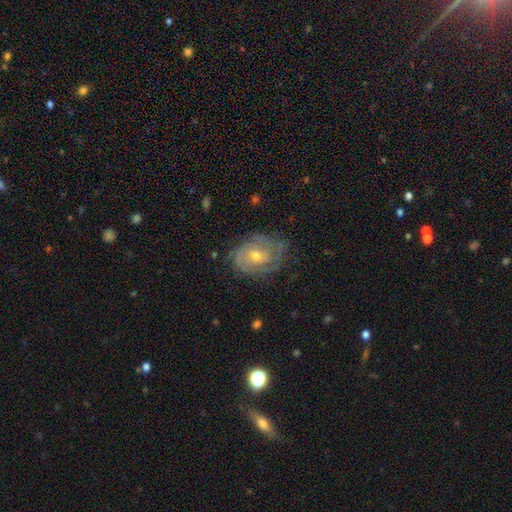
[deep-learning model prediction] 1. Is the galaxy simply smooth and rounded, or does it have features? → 80% featured or disk, 13% smooth, 7% star or artifact.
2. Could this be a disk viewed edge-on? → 97% no, 3% yes.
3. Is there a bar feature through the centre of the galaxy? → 62% no, 32% weak, 5% strong.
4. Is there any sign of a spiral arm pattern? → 93% yes, 7% no.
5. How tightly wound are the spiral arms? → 64% tight, 29% medium, 7% loose.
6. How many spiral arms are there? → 33% 2, 32% can't tell, 19% 3, 6% 4, 5% 1, 4% more than 4.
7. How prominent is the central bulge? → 53% moderate, 43% small, 2% large, 1% none, 1% dominant.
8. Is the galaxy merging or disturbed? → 71% none, 21% minor disturbance, 7% major disturbance, 1% merger.